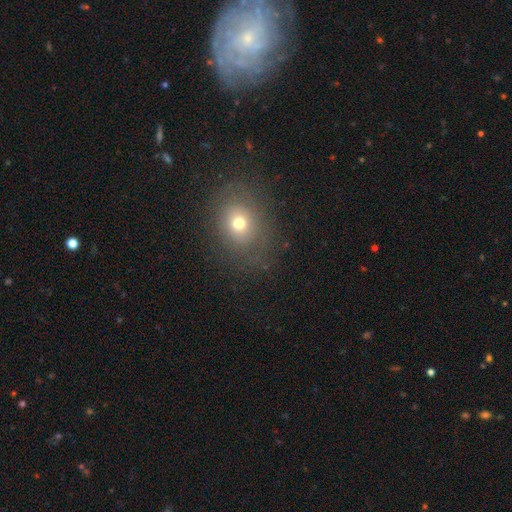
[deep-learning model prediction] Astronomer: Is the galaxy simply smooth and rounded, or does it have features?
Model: smooth — 63%.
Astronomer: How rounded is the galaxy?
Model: round — 57% (runner-up: in between, 42%).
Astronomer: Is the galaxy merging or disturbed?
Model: none — 82%.